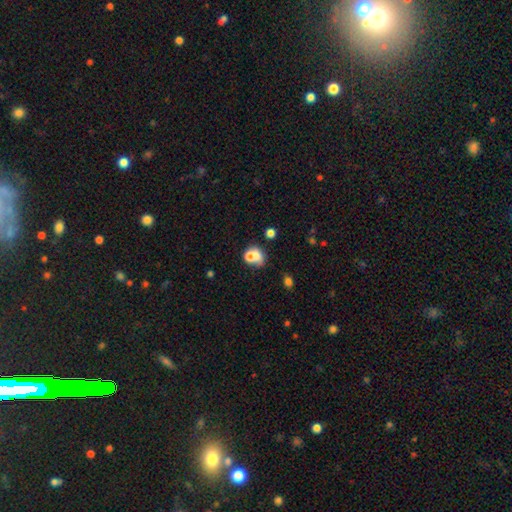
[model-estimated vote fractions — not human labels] Smooth or featured? Predicted: smooth (p=0.68). How rounded? Predicted: round (p=0.57). Merging? Predicted: merger (p=0.47).